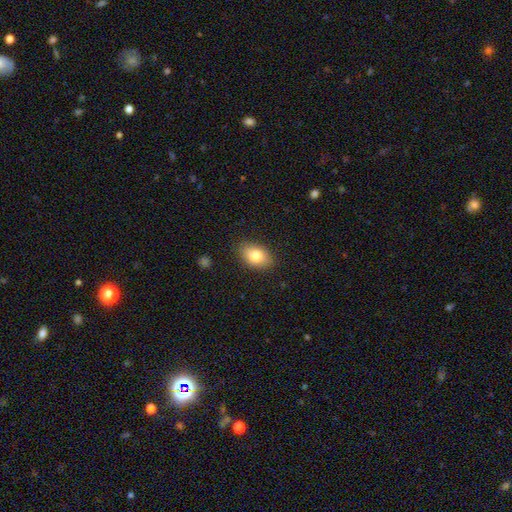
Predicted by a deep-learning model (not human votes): smooth_or_featured: smooth (p=0.81) [alt: featured or disk p=0.12]
how_rounded: in between (p=0.86) [alt: round p=0.12]
merging: none (p=0.86) [alt: minor disturbance p=0.10]